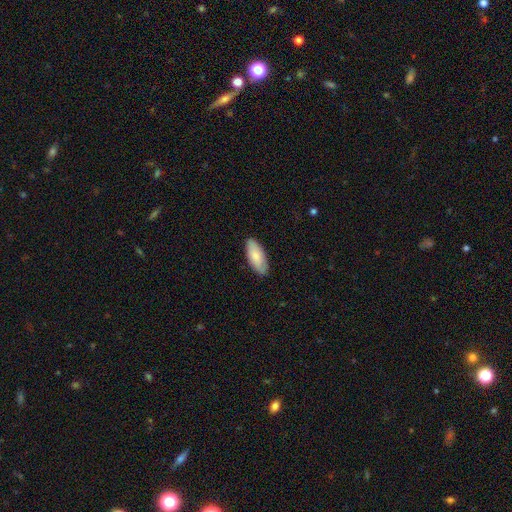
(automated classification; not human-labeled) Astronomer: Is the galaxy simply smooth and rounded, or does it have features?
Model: smooth — 82%.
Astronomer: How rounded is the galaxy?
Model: in between — 85%.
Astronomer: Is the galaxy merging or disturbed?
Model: none — 87%.